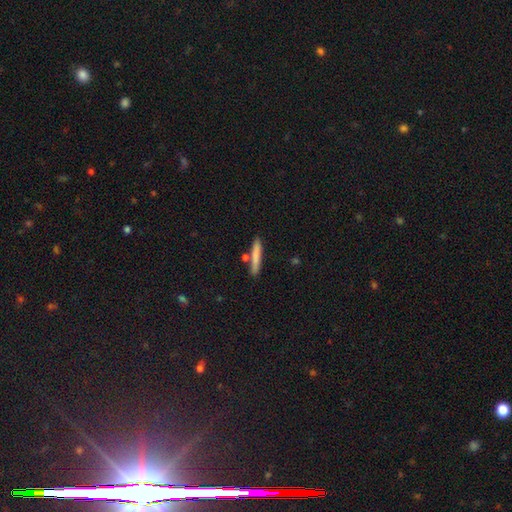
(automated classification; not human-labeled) The model was most divided on "smooth or featured": smooth: 76%, featured or disk: 17%, star or artifact: 6%. More confident: how rounded — cigar-shaped (92%); merging — none (79%).